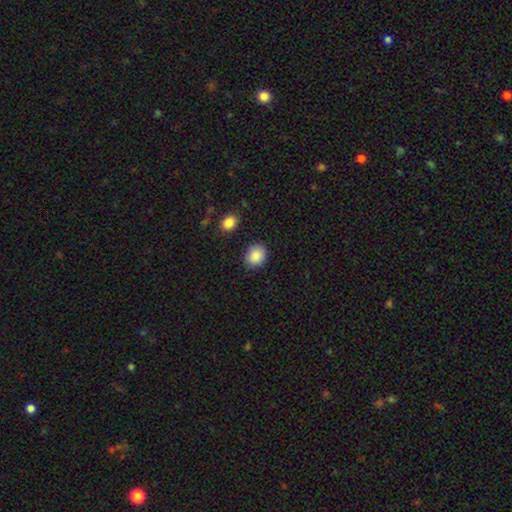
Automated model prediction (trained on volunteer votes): This is clearly a smooth galaxy (88%). How rounded: likely round (63%). Merging: clearly none (84%).